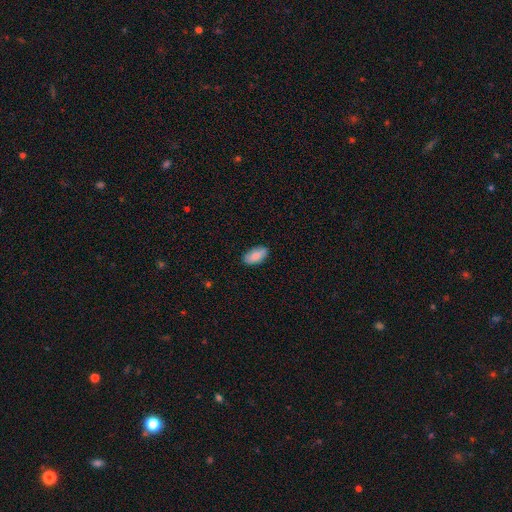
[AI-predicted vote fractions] This is clearly a smooth galaxy (87%). How rounded: clearly in between (93%). Merging: clearly none (87%).